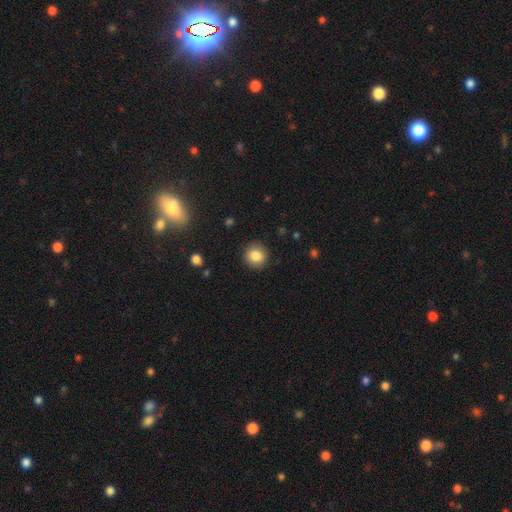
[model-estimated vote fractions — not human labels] Overall: smooth (85%). How rounded: round (88%). Merging: none (90%).